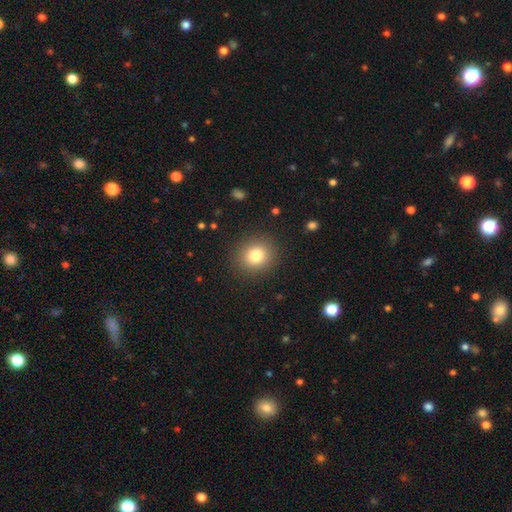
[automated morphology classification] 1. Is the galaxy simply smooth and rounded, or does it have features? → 80% smooth, 12% star or artifact, 8% featured or disk.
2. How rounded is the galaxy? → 85% round, 14% in between, 1% cigar-shaped.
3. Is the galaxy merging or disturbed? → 90% none, 7% minor disturbance, 3% major disturbance, 1% merger.